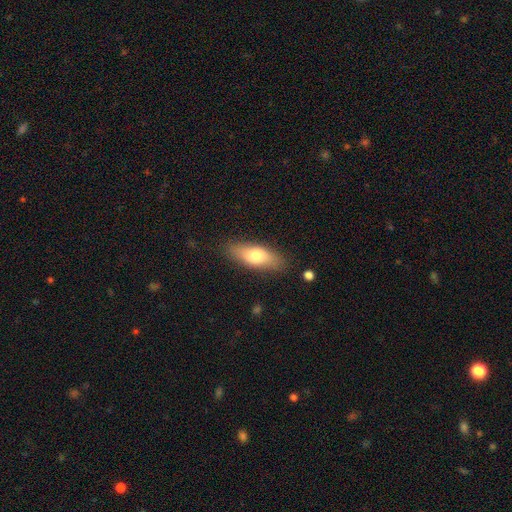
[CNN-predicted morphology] type=smooth (70%); roundness=in between (71%); merging=none (84%).